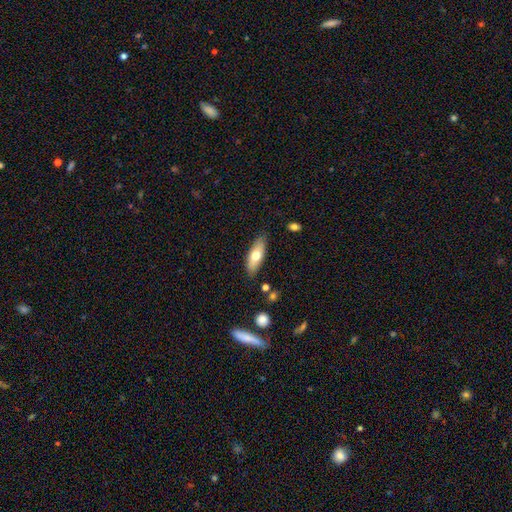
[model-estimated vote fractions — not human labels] This is likely a smooth galaxy (67%). How rounded: likely in between (67%). Merging: clearly none (83%).